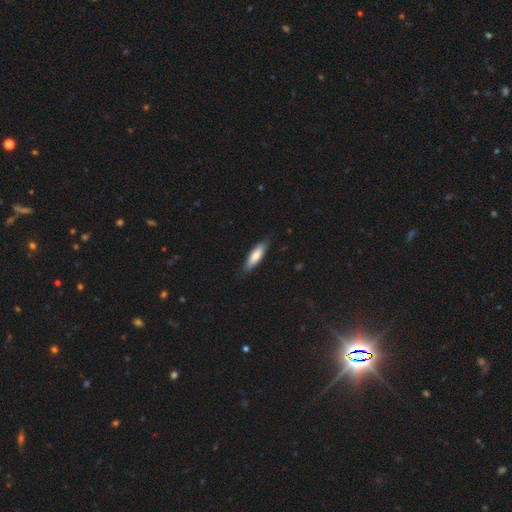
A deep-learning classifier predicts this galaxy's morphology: Smooth or featured?
  - smooth: 77% *
  - featured or disk: 18%
  - star or artifact: 6%
How rounded?
  - cigar-shaped: 59% *
  - in between: 39%
  - round: 1%
Merging?
  - none: 83% *
  - minor disturbance: 14%
  - major disturbance: 2%
  - merger: 1%